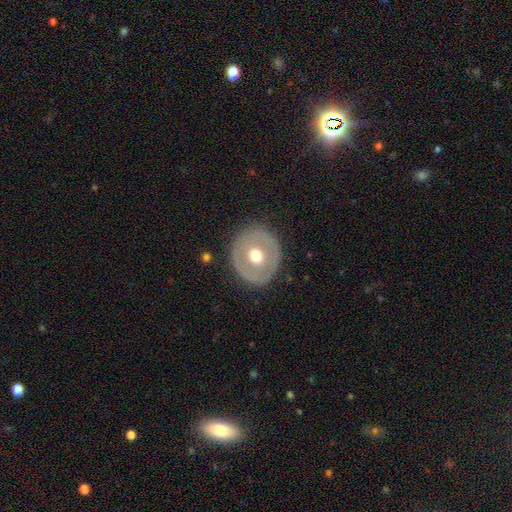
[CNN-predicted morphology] smooth-or-featured: featured or disk: 47% | smooth: 46% | star or artifact: 6%
  merging: none: 83% | minor disturbance: 11% | major disturbance: 4% | merger: 1%